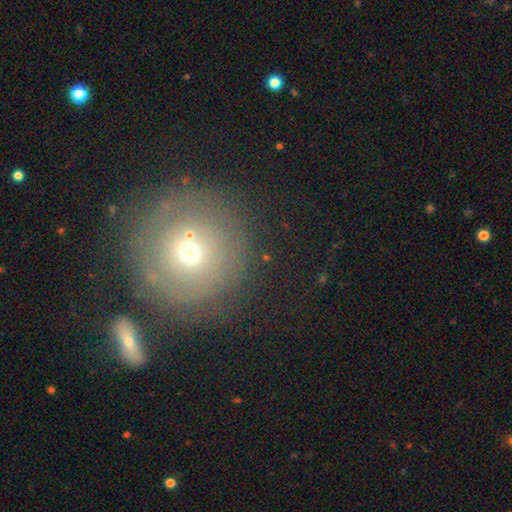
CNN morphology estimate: The model was most divided on "smooth or featured": smooth: 46%, featured or disk: 34%, star or artifact: 20%. More confident: merging — none (77%).